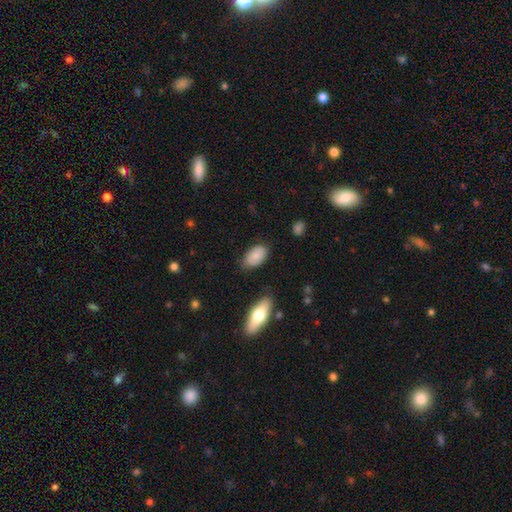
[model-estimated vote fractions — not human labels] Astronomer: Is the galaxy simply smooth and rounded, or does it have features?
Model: smooth — 83%.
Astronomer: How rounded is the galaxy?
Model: in between — 94%.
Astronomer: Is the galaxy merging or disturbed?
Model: none — 77%.